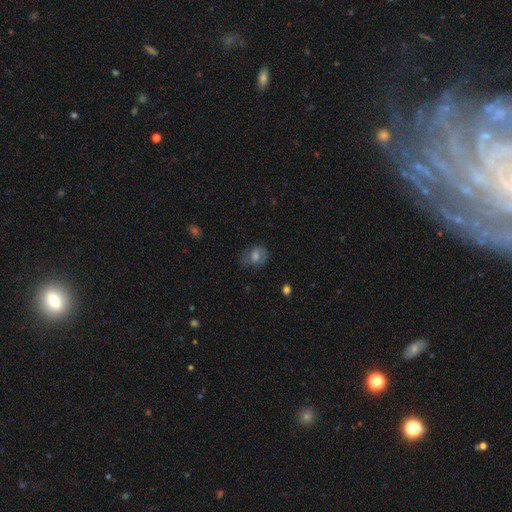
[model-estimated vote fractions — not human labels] Morphology: type=smooth (51%); roundness=round (56%); merging=none (67%).